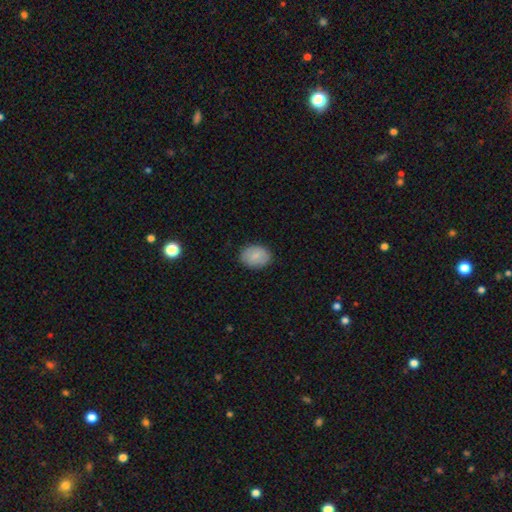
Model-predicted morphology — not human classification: type=smooth (83%); roundness=in between (71%); merging=none (85%).